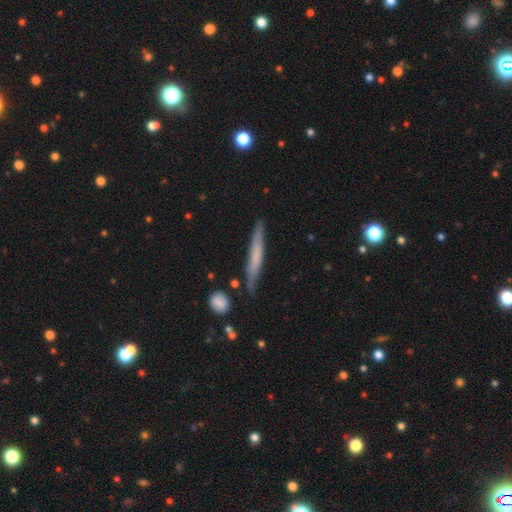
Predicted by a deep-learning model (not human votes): Smooth or featured: smooth — 55% (featured or disk — 39%)
How rounded: cigar-shaped — 95% (in between — 3%)
Merging: none — 84% (minor disturbance — 11%)